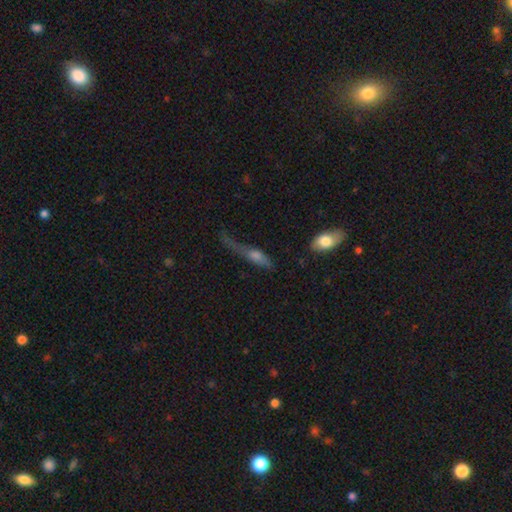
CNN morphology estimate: smooth-or-featured: smooth: 53% | featured or disk: 36% | star or artifact: 11%
  how-rounded: cigar-shaped: 60% | in between: 34% | round: 6%
  merging: major disturbance: 40% | none: 29% | minor disturbance: 24% | merger: 6%